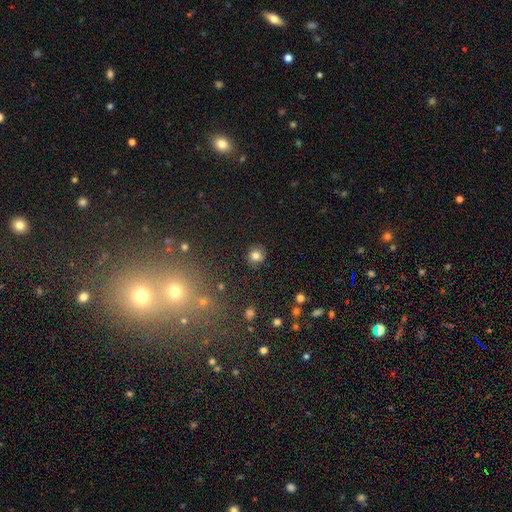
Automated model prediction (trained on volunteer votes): smooth 82%, star or artifact 12%, featured or disk 7%. Down the decision tree: how rounded — round (91%); merging — none (89%).